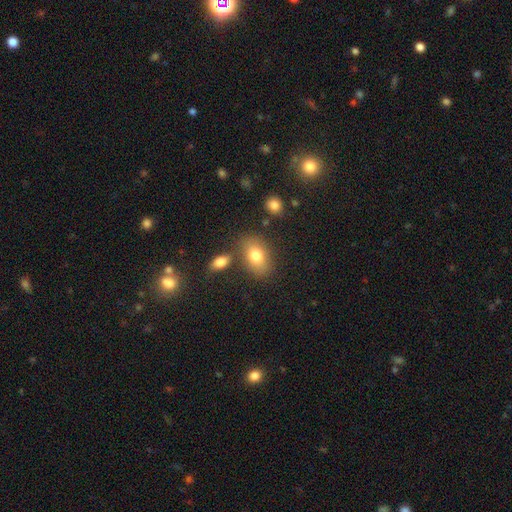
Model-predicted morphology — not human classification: This appears to be a smooth galaxy with no disk features (78%) that is in between round and cigar-shaped (82%). Merging: none (72%).